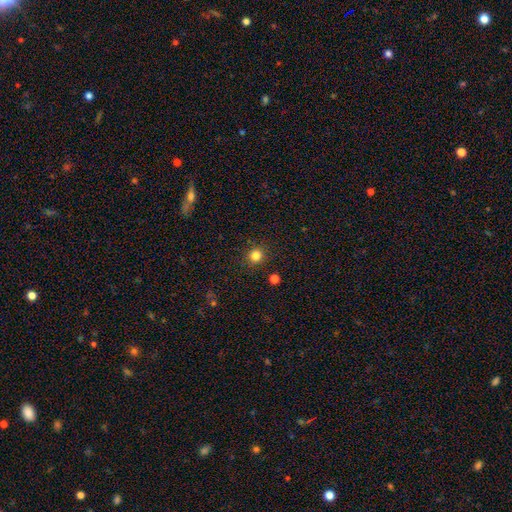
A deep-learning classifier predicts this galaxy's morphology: smooth_or_featured: smooth (p=0.82) [alt: star or artifact p=0.13]
how_rounded: round (p=0.91) [alt: in between p=0.08]
merging: none (p=0.90) [alt: minor disturbance p=0.06]